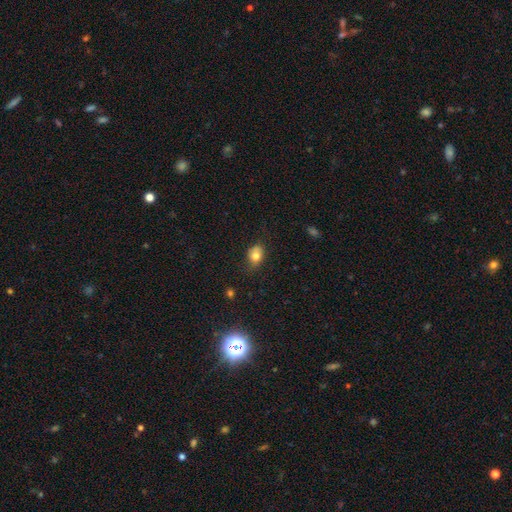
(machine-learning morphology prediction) This appears to be a smooth galaxy with no disk features (79%) that is in between round and cigar-shaped (67%). Merging: none (70%).